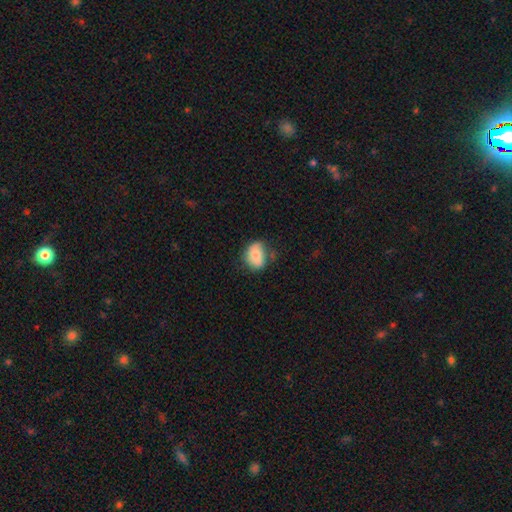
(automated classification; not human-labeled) Smooth or featured?
  - smooth: 77% *
  - featured or disk: 15%
  - star or artifact: 8%
How rounded?
  - in between: 64% *
  - round: 34%
  - cigar-shaped: 1%
Merging?
  - none: 61% *
  - minor disturbance: 28%
  - major disturbance: 7%
  - merger: 4%